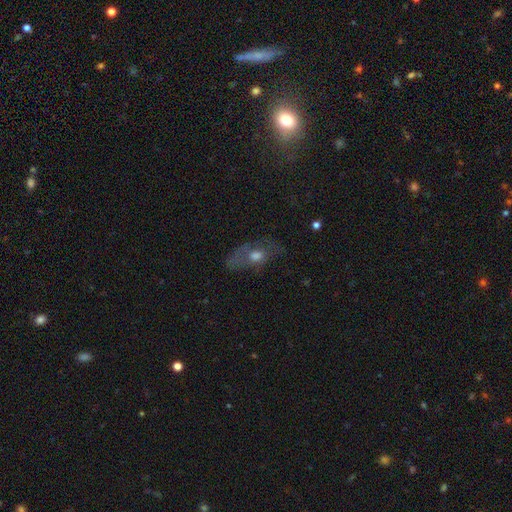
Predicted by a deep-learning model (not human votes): Q: Smooth or featured?
A: smooth (43%); runner-up: featured or disk (42%)
Q: Merging?
A: none (52%); runner-up: minor disturbance (24%)